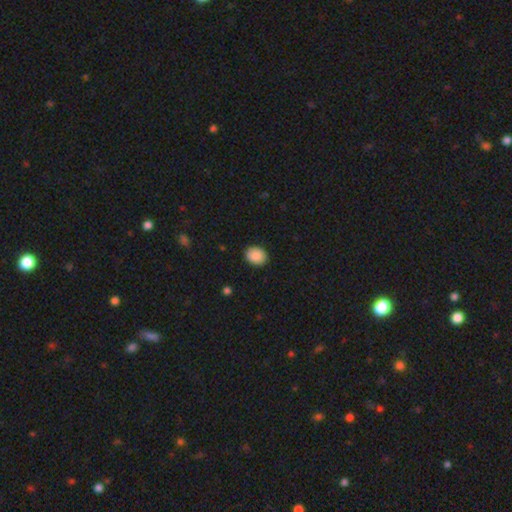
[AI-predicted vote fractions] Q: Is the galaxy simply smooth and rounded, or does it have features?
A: smooth — 89%.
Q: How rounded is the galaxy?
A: round — 52%.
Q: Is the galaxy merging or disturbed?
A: none — 90%.